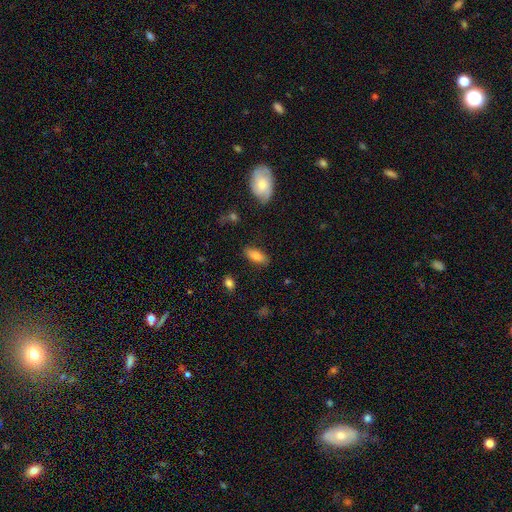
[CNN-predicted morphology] Overall: smooth (82%). How rounded: in between (81%). Merging: none (83%).